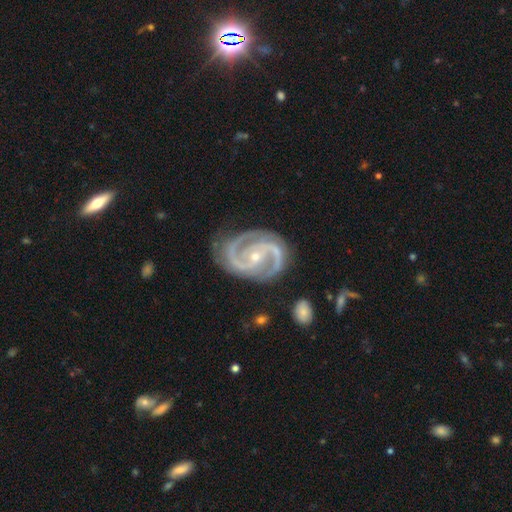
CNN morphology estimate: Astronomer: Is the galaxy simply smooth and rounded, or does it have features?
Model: featured or disk — 94%.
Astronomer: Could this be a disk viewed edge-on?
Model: no — 98%.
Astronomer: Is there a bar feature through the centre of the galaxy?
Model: no — 47% (runner-up: weak, 29%).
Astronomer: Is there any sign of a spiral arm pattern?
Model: yes — 99%.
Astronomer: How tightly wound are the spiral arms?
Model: medium — 50% (runner-up: tight, 44%).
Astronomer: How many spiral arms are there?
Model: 2 — 87%.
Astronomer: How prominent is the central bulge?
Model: small — 69%.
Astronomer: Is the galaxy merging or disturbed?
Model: none — 76%.